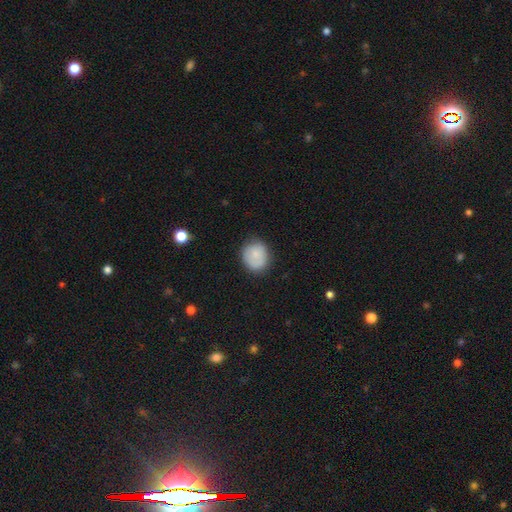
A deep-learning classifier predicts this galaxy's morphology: A smooth galaxy with no disk features (78%) that is round (75%).

Vote fractions:
- Smooth or featured? smooth: 78% / featured or disk: 14% / star or artifact: 8%
- How rounded? round: 75% / in between: 24% / cigar-shaped: 1%
- Merging? none: 75% / minor disturbance: 19% / major disturbance: 4% / merger: 2%